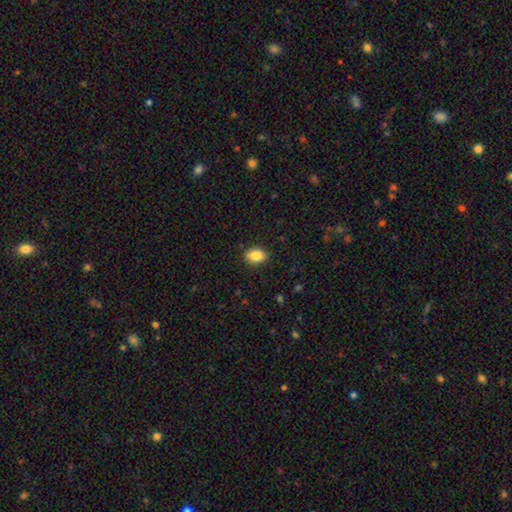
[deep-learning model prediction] A smooth galaxy with no disk features (86%) that is in between round and cigar-shaped (77%). Merging: none (89%).